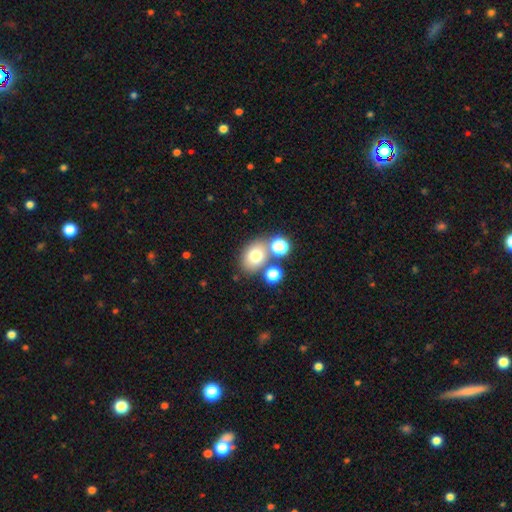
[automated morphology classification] A smooth galaxy with no disk features (72%) that is in between round and cigar-shaped (58%). Merging: none (66%).